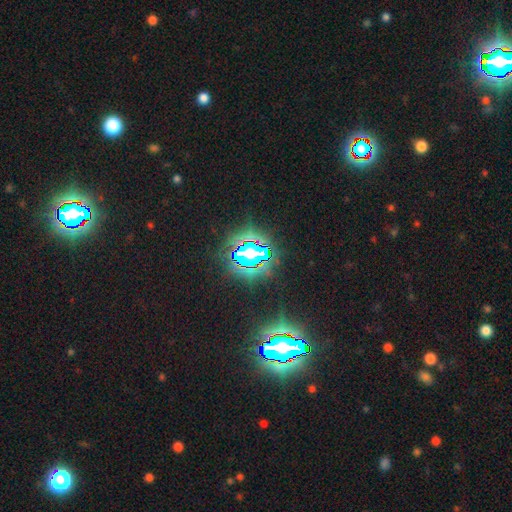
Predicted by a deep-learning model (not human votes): Smooth or featured? Predicted: star or artifact (p=0.81).